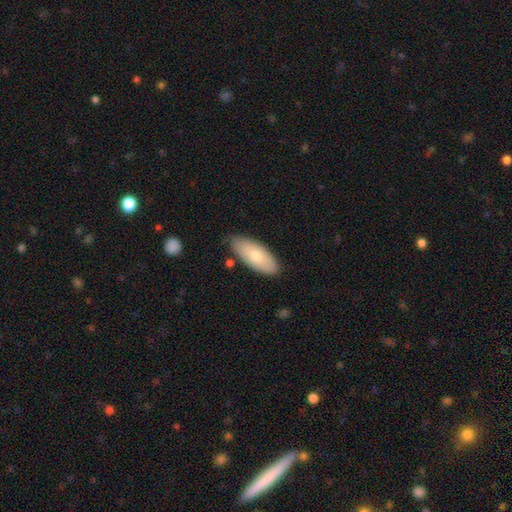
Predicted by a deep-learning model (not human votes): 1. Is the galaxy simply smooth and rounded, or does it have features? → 76% smooth, 18% featured or disk, 6% star or artifact.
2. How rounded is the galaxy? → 84% in between, 14% cigar-shaped, 2% round.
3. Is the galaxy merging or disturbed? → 80% none, 15% minor disturbance, 3% major disturbance, 2% merger.